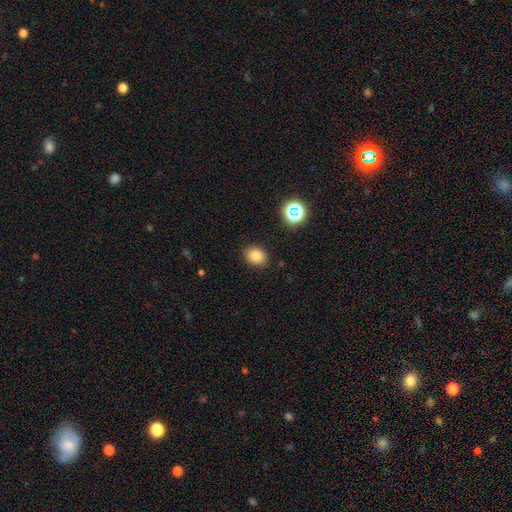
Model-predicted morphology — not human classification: smooth_or_featured: smooth (p=0.81) [alt: star or artifact p=0.13]
how_rounded: in between (p=0.54) [alt: round p=0.46]
merging: none (p=0.88) [alt: minor disturbance p=0.08]